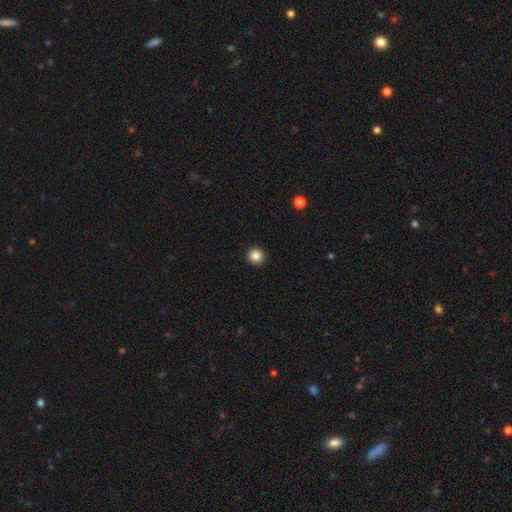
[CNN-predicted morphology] Q: Smooth or featured?
A: smooth (85%); runner-up: star or artifact (10%)
Q: How rounded?
A: round (95%); runner-up: in between (4%)
Q: Merging?
A: none (93%); runner-up: minor disturbance (4%)